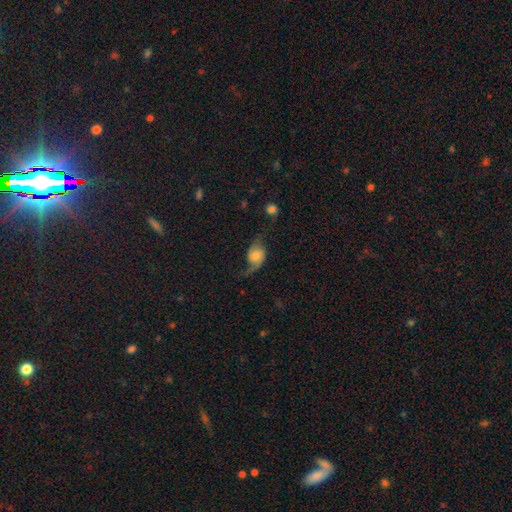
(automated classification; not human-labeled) smooth_or_featured: featured or disk (p=0.58) [alt: smooth p=0.33]
disk_edge_on: no (p=0.96) [alt: yes p=0.04]
bar: no (p=0.70) [alt: weak p=0.25]
has_spiral_arms: yes (p=0.89) [alt: no p=0.11]
bulge_size: moderate (p=0.48) [alt: small p=0.26]
merging: none (p=0.43) [alt: major disturbance p=0.28]